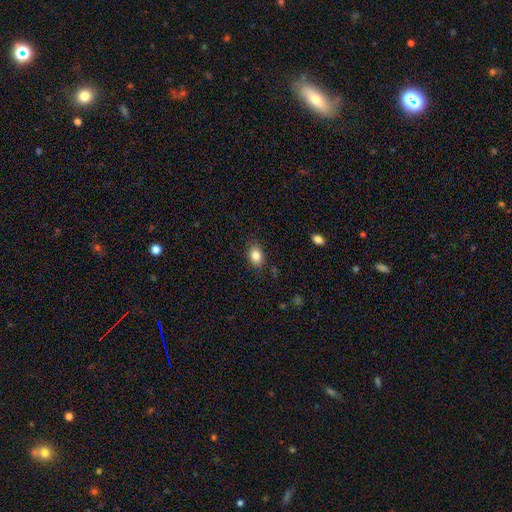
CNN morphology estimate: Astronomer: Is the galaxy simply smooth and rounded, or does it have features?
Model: smooth — 84%.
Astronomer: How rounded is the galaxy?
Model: in between — 76%.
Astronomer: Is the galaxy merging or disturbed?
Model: none — 84%.